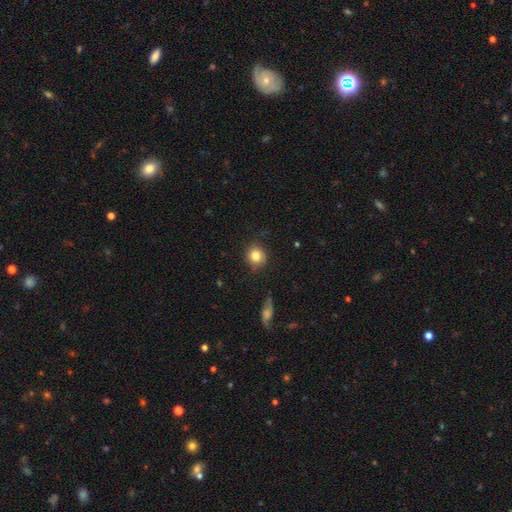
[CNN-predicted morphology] Q: Smooth or featured?
A: smooth (81%); runner-up: star or artifact (9%)
Q: How rounded?
A: round (86%); runner-up: in between (13%)
Q: Merging?
A: none (79%); runner-up: minor disturbance (15%)